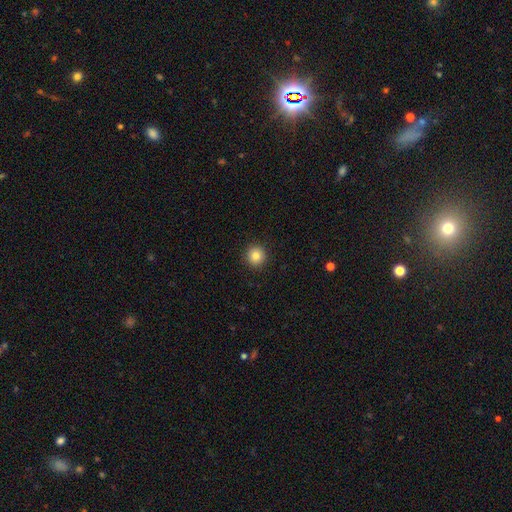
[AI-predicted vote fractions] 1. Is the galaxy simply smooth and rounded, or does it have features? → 84% smooth, 11% star or artifact, 6% featured or disk.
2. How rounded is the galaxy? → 95% round, 4% in between, 1% cigar-shaped.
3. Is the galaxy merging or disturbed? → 93% none, 5% minor disturbance, 2% major disturbance, 1% merger.